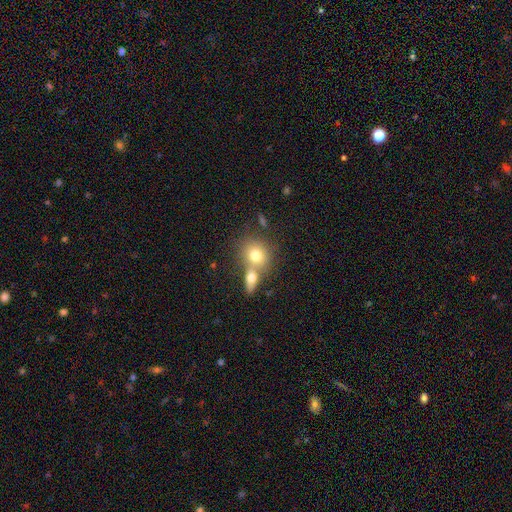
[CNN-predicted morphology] This is likely a smooth galaxy (73%). How rounded: likely round (70%). Merging: possibly merger (49%).